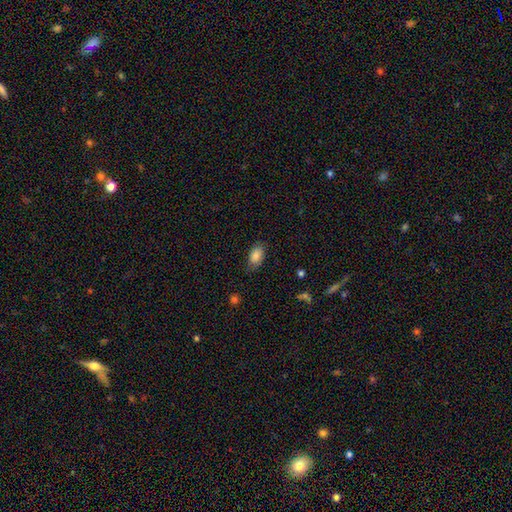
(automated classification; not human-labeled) Smooth or featured: smooth — 84% (featured or disk — 8%)
How rounded: in between — 92% (round — 7%)
Merging: none — 76% (minor disturbance — 19%)